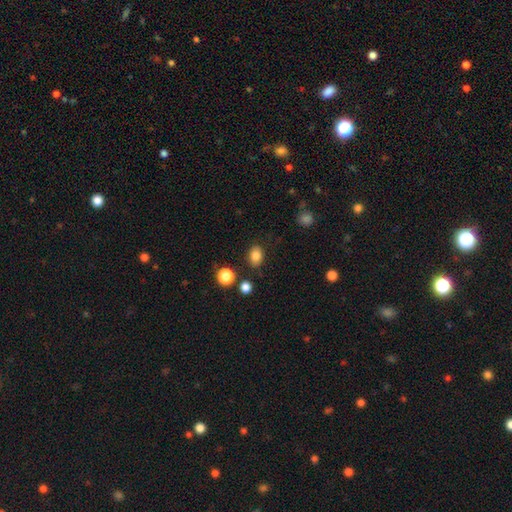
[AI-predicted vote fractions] Overall: smooth (83%). How rounded: in between (66%; round 33%). Merging: none (84%).